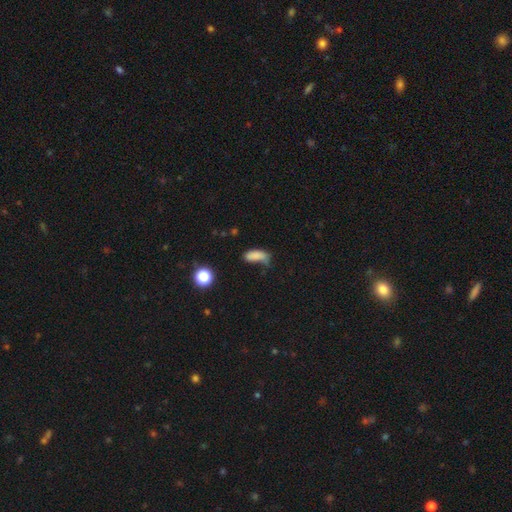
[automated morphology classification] type=smooth (78%); roundness=in between (78%); merging=none (37%).